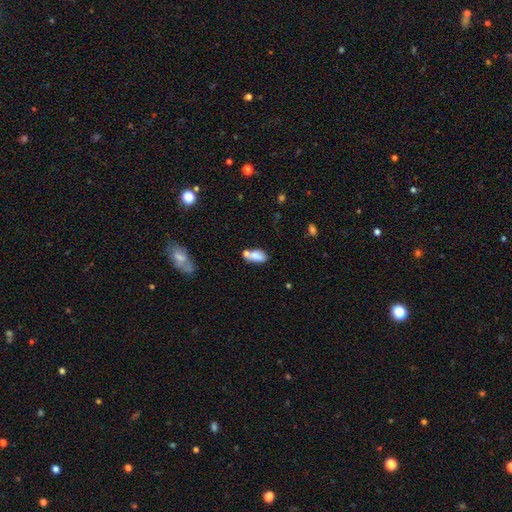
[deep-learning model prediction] smooth_or_featured: smooth (p=0.80) [alt: featured or disk p=0.11]
how_rounded: in between (p=0.88) [alt: cigar-shaped p=0.08]
merging: none (p=0.45) [alt: merger p=0.32]